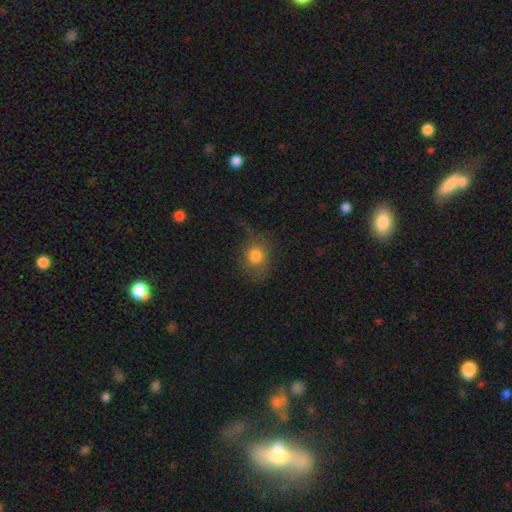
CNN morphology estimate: This is likely a smooth galaxy (78%). How rounded: likely round (67%). Merging: likely none (64%).